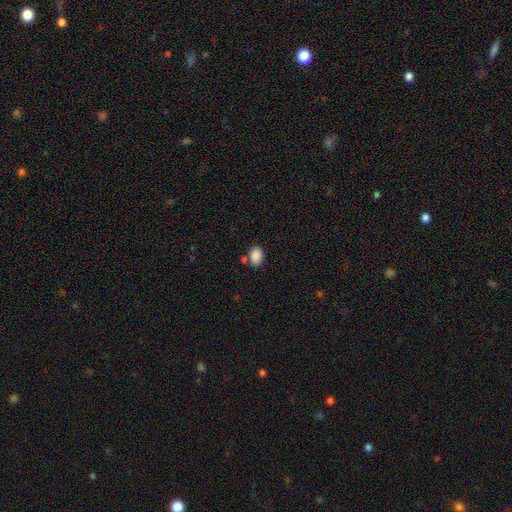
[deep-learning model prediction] Morphology: type=smooth (88%); roundness=in between (80%); merging=none (71%).